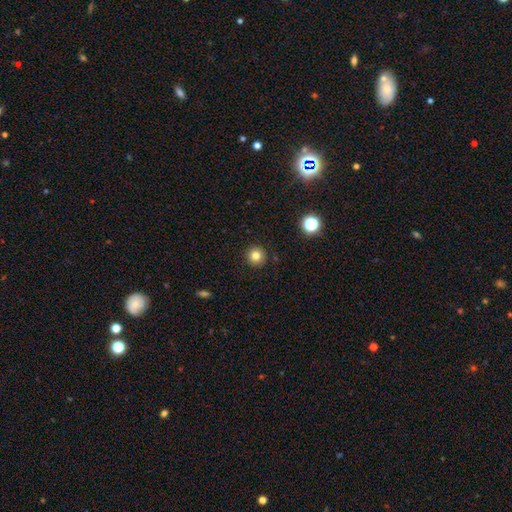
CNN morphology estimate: Smooth or featured? smooth (80%)
How rounded? round (96%)
Merging? none (92%)